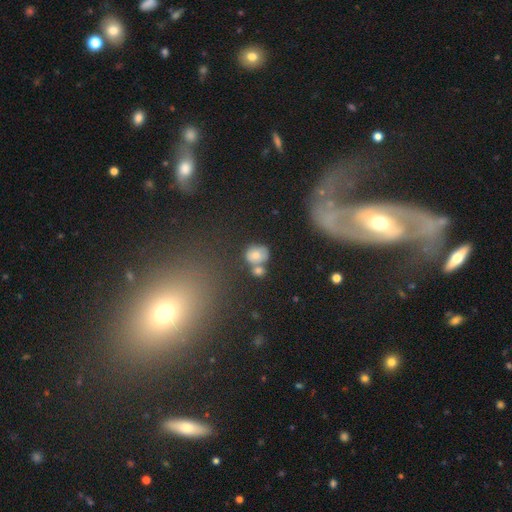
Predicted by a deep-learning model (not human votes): Morphology: type=smooth (69%); roundness=round (65%); merging=none (45%).